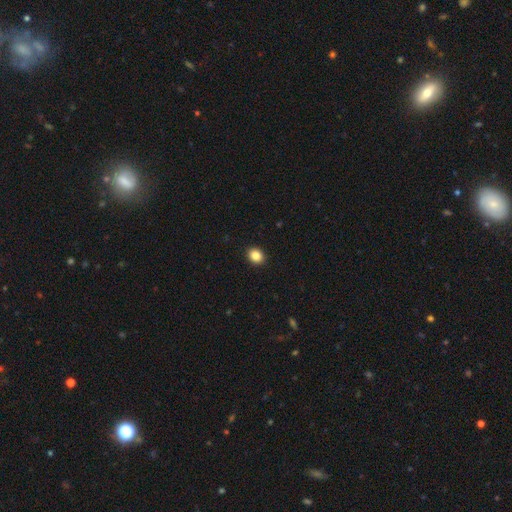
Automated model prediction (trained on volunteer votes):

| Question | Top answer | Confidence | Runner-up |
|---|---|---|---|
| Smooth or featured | smooth | 86% | star or artifact (10%) |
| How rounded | round | 60% | in between (39%) |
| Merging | none | 92% | minor disturbance (5%) |